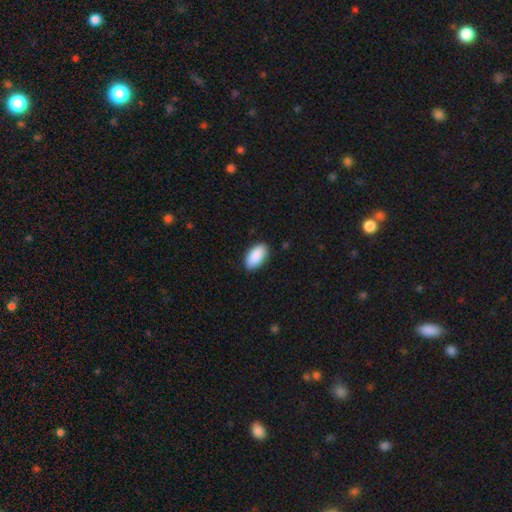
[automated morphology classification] smooth 91%, star or artifact 6%, featured or disk 3%. Down the decision tree: how rounded — in between (95%); merging — none (87%).